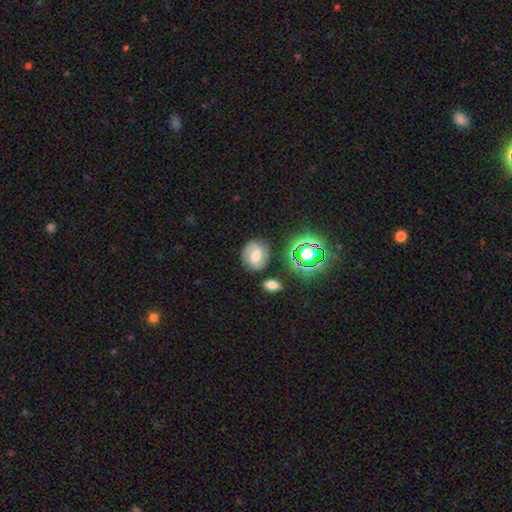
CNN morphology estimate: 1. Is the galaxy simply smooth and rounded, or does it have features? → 52% featured or disk, 33% smooth, 15% star or artifact.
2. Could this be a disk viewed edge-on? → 96% no, 4% yes.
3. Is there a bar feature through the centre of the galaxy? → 46% weak, 31% no, 23% strong.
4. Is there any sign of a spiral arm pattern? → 85% yes, 15% no.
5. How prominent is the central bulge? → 63% moderate, 22% small, 9% large, 4% none, 2% dominant.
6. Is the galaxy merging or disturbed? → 78% none, 13% minor disturbance, 5% merger, 4% major disturbance.